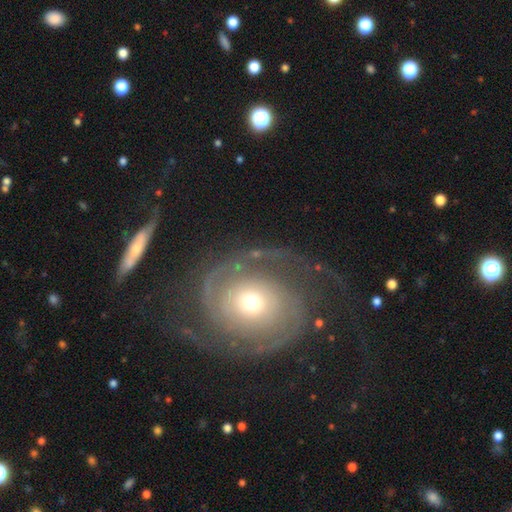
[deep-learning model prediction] smooth-or-featured: featured or disk: 88% | star or artifact: 6% | smooth: 6%
  disk-edge-on: no: 97% | yes: 3%
    bar: no: 77% | weak: 16% | strong: 7%
    has-spiral-arms: yes: 97% | no: 3%
      spiral-winding: tight: 62% | medium: 29% | loose: 9%
      spiral-arm-count: 2: 75% | can't tell: 9% | 3: 7% | 1: 4% | 4: 3% | more than 4: 3%
    bulge-size: moderate: 51% | small: 41% | large: 5% | dominant: 1% | none: 1%
  merging: none: 67% | major disturbance: 15% | minor disturbance: 14% | merger: 4%